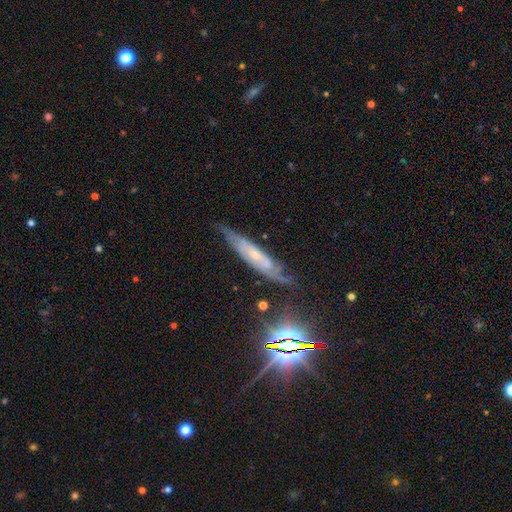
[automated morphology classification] smooth-or-featured: featured or disk: 68% | smooth: 19% | star or artifact: 13%
  disk-edge-on: no: 56% | yes: 44%
  merging: none: 66% | minor disturbance: 24% | major disturbance: 8% | merger: 3%